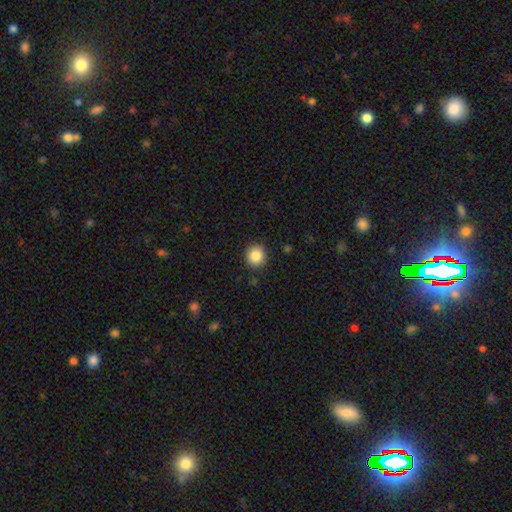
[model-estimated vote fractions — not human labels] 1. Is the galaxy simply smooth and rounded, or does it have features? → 86% smooth, 9% star or artifact, 5% featured or disk.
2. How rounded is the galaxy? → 88% round, 11% in between, 1% cigar-shaped.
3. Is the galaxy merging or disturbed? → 91% none, 6% minor disturbance, 2% major disturbance, 1% merger.